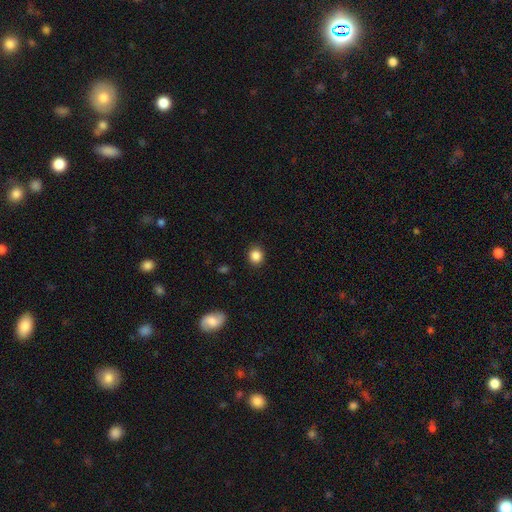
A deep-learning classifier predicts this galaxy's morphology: Smooth or featured: smooth — 86% (star or artifact — 10%)
How rounded: round — 84% (in between — 15%)
Merging: none — 91% (minor disturbance — 6%)